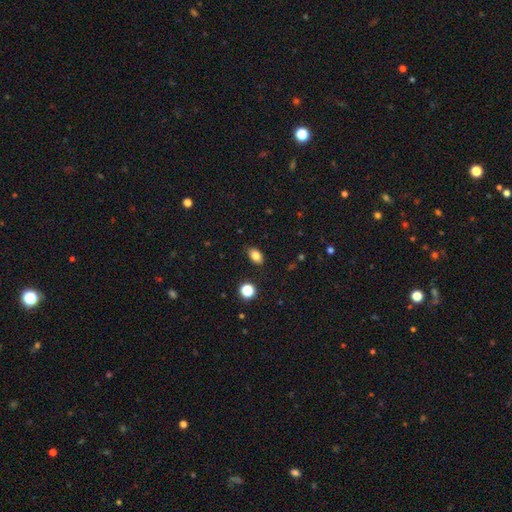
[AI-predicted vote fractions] Overall: smooth (81%). How rounded: in between (85%). Merging: none (85%).